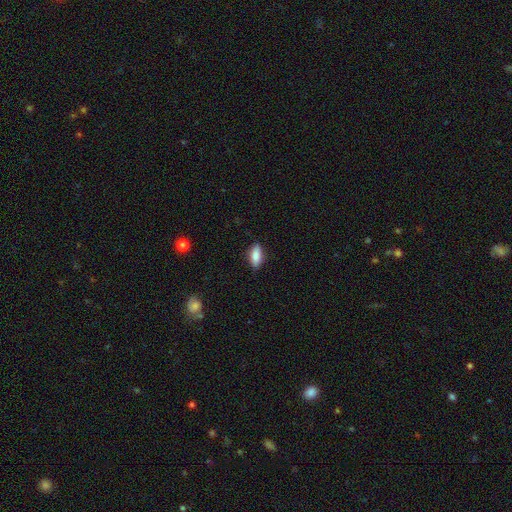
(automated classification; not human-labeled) smooth 83%, featured or disk 10%, star or artifact 7%. Down the decision tree: how rounded — in between (79%); merging — none (84%).